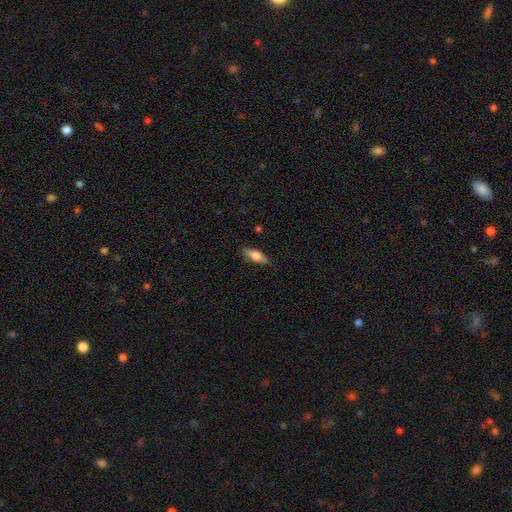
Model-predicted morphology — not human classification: smooth 65%, featured or disk 29%, star or artifact 7%. Down the decision tree: how rounded — in between (61%); merging — none (84%).